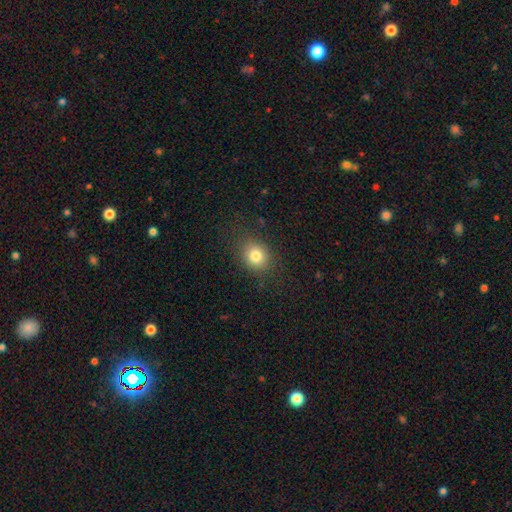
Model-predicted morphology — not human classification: smooth_or_featured: smooth (p=0.80) [alt: star or artifact p=0.12]
how_rounded: round (p=0.64) [alt: in between p=0.36]
merging: none (p=0.83) [alt: minor disturbance p=0.11]